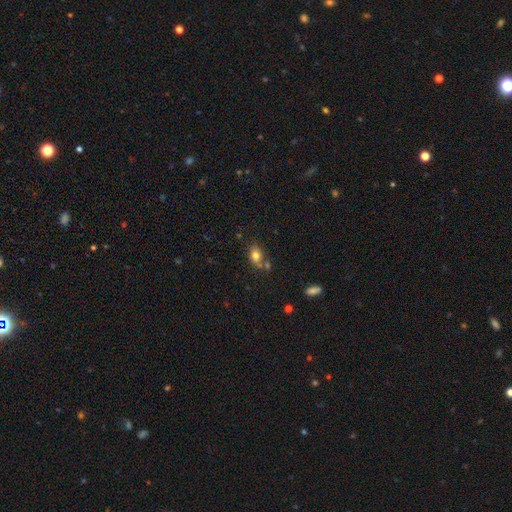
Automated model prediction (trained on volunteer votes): Smooth or featured? Predicted: smooth (p=0.74). How rounded? Predicted: in between (p=0.67). Merging? Predicted: none (p=0.54).